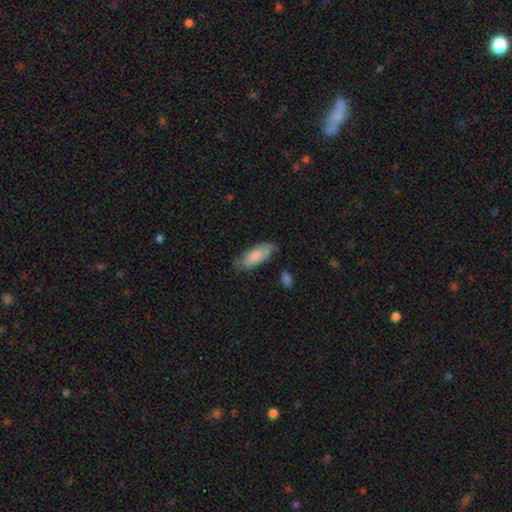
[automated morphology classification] smooth-or-featured: smooth: 76% | featured or disk: 19% | star or artifact: 6%
  how-rounded: in between: 78% | cigar-shaped: 20% | round: 2%
  merging: none: 67% | minor disturbance: 25% | major disturbance: 6% | merger: 3%